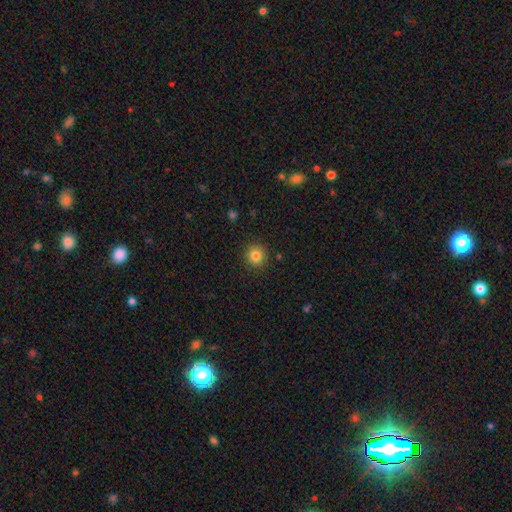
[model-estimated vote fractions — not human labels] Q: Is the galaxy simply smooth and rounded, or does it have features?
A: smooth — 82%.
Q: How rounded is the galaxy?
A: round — 91%.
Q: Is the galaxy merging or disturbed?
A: none — 90%.